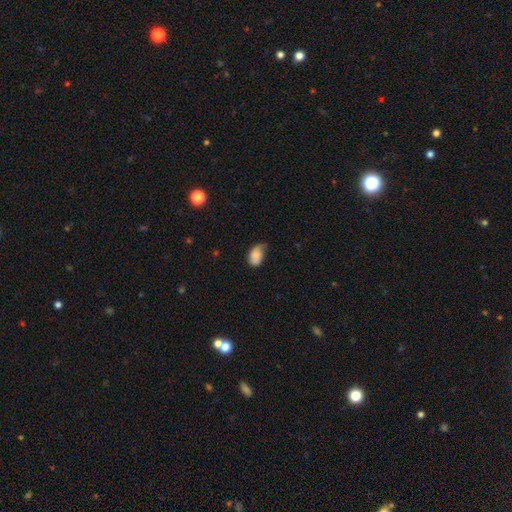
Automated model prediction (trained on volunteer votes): This is likely a smooth galaxy (79%). How rounded: clearly in between (89%). Merging: possibly minor disturbance (46%).